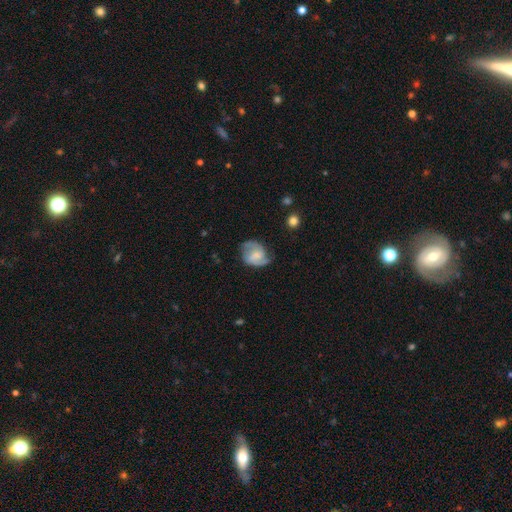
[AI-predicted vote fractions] Overall: featured or disk (70%). Edge-on disk: no (98%). Bar: weak (46%; no 42%). Spiral arms: yes (92%). Spiral arm count: 2 (84%). Spiral winding: medium (49%; tight 26%). Bulge size: none (35%; moderate 27%). Merging: none (64%).